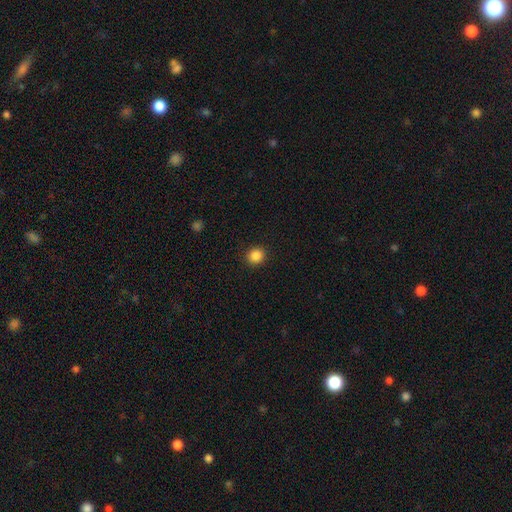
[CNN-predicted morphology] type=smooth (87%); roundness=round (88%); merging=none (92%).